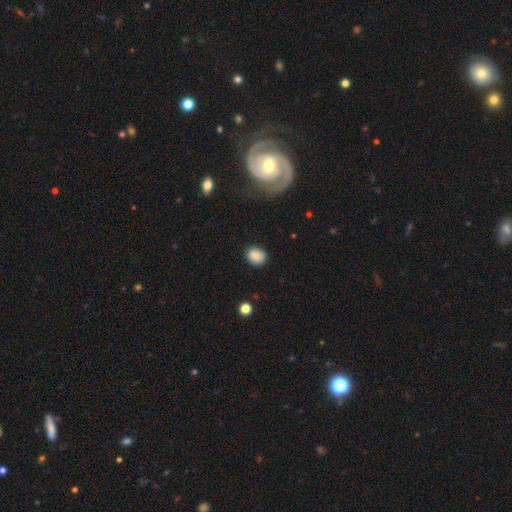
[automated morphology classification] Smooth or featured?
  - smooth: 87% *
  - star or artifact: 9%
  - featured or disk: 4%
How rounded?
  - in between: 51% *
  - round: 48%
  - cigar-shaped: 1%
Merging?
  - none: 84% *
  - minor disturbance: 12%
  - major disturbance: 3%
  - merger: 1%